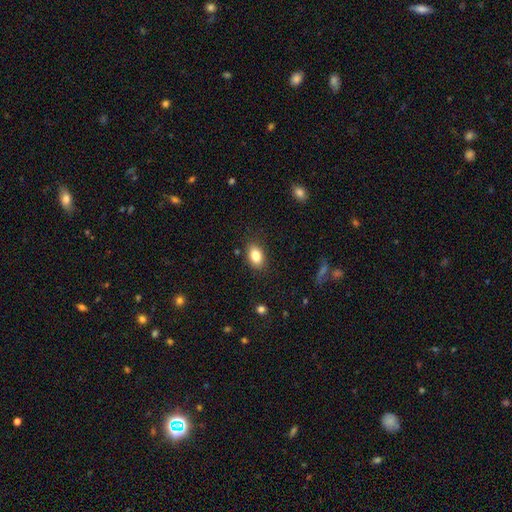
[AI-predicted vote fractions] Morphology: type=smooth (84%); roundness=in between (87%); merging=none (85%).